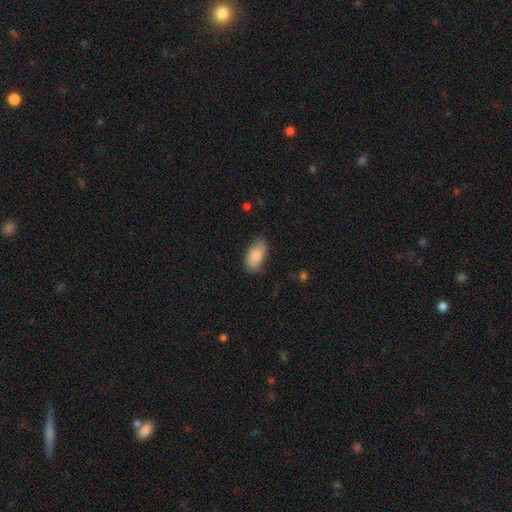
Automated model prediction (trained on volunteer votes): Smooth or featured?
  - smooth: 83% *
  - featured or disk: 11%
  - star or artifact: 6%
How rounded?
  - in between: 93% *
  - cigar-shaped: 3%
  - round: 3%
Merging?
  - none: 76% *
  - minor disturbance: 19%
  - major disturbance: 4%
  - merger: 1%